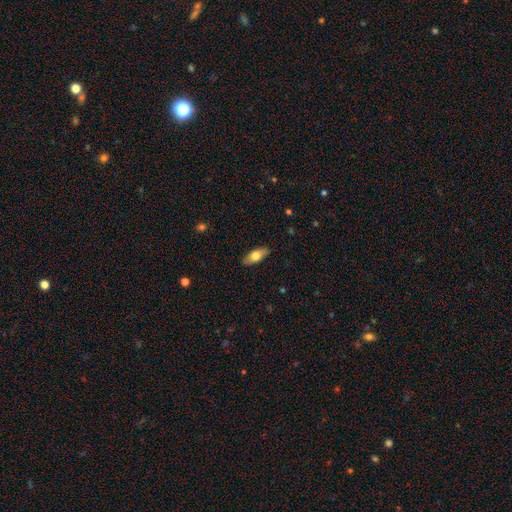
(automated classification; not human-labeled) The model was most divided on "smooth or featured": smooth: 69%, featured or disk: 25%, star or artifact: 6%. More confident: merging — none (85%); how rounded — in between (81%).